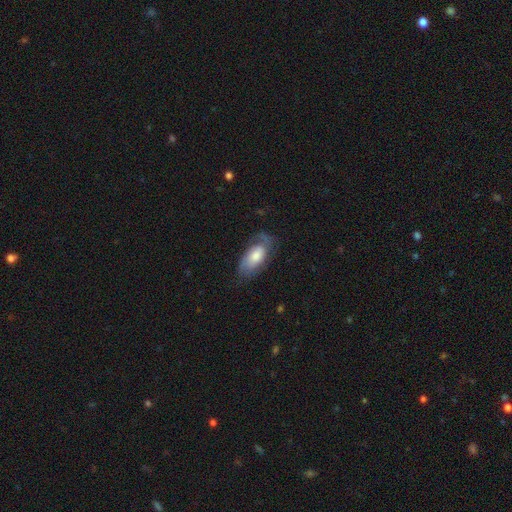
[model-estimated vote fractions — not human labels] Smooth or featured? Predicted: featured or disk (p=0.49). Merging? Predicted: none (p=0.56).